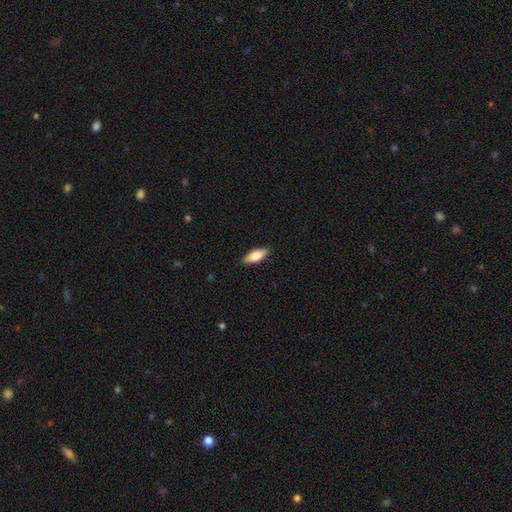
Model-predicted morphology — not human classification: The model was most divided on "how rounded": in between: 70%, cigar-shaped: 28%, round: 2%. More confident: merging — none (88%); smooth or featured — smooth (72%).